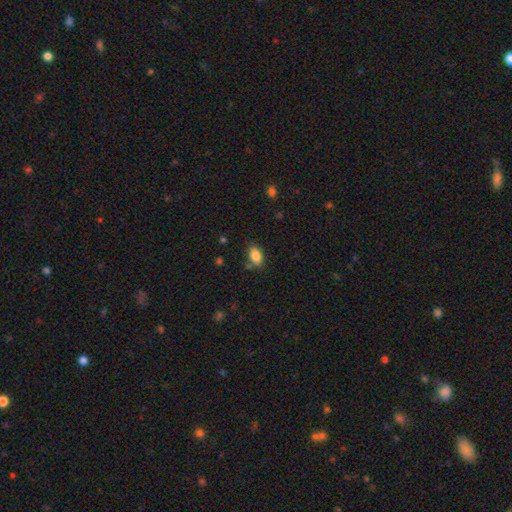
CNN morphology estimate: smooth 86%, star or artifact 8%, featured or disk 6%. Down the decision tree: how rounded — in between (89%); merging — none (79%).